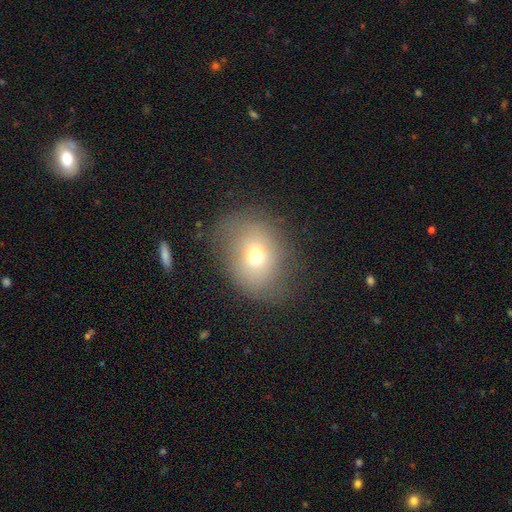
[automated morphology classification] The model was most divided on "how rounded": in between: 51%, round: 48%, cigar-shaped: 1%. More confident: merging — none (68%); smooth or featured — smooth (65%).